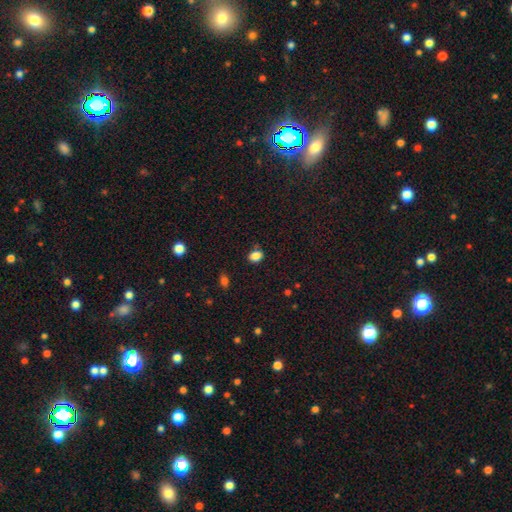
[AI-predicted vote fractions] Smooth or featured? Predicted: smooth (p=0.83). How rounded? Predicted: in between (p=0.60). Merging? Predicted: none (p=0.69).